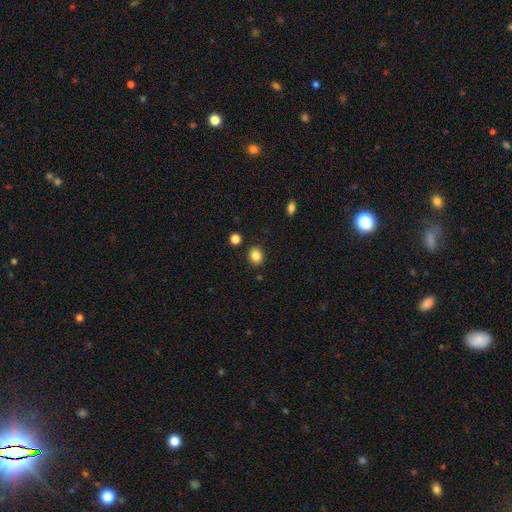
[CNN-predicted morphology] Smooth or featured? Predicted: smooth (p=0.85). How rounded? Predicted: round (p=0.68). Merging? Predicted: none (p=0.87).